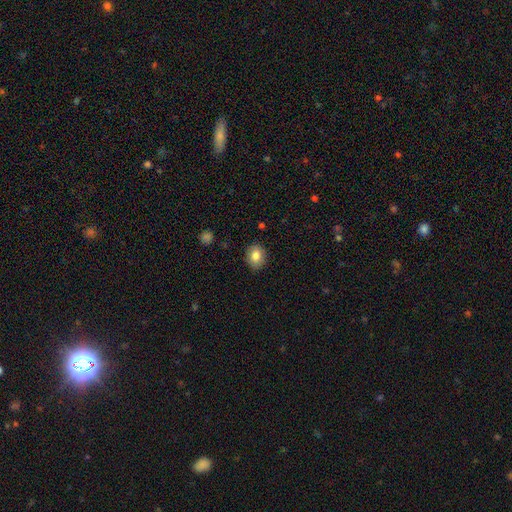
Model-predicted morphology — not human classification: type=smooth (83%); roundness=round (51%); merging=none (87%).